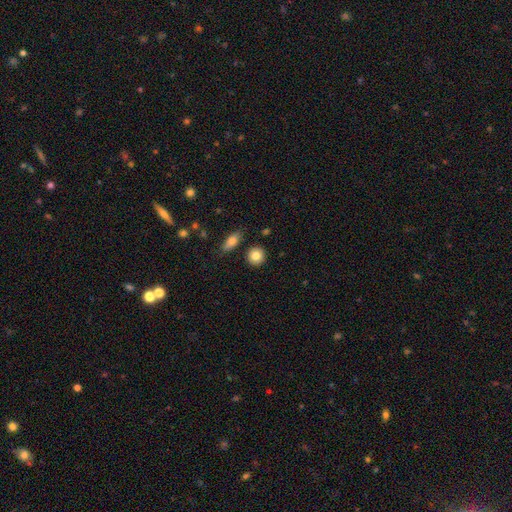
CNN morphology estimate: The model was most divided on "smooth or featured": smooth: 83%, featured or disk: 9%, star or artifact: 8%. More confident: how rounded — round (87%); merging — none (86%).